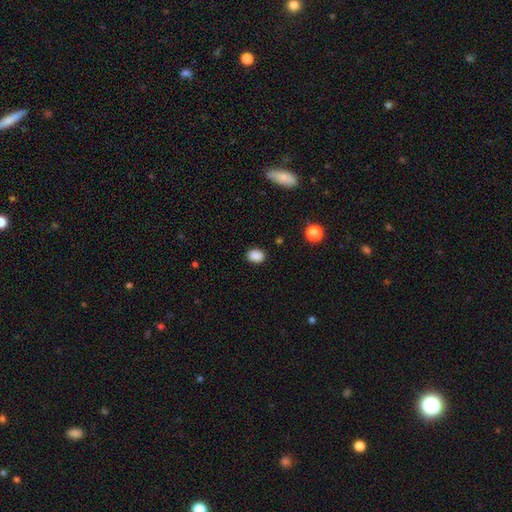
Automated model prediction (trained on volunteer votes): Smooth or featured?
  - smooth: 87% *
  - star or artifact: 10%
  - featured or disk: 3%
How rounded?
  - in between: 68% *
  - round: 31%
  - cigar-shaped: 1%
Merging?
  - none: 86% *
  - minor disturbance: 10%
  - major disturbance: 3%
  - merger: 1%